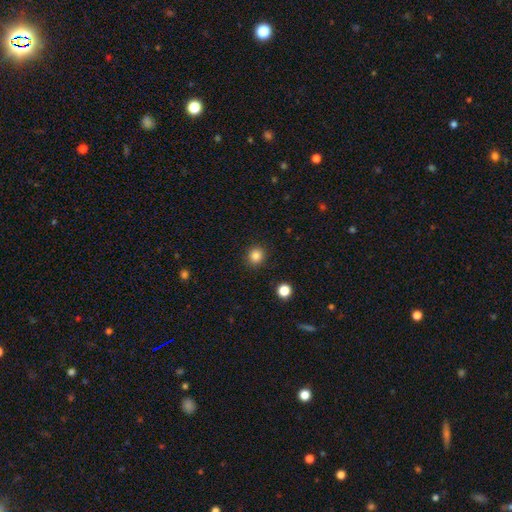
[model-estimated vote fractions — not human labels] Smooth or featured? smooth (85%)
How rounded? round (89%)
Merging? none (91%)